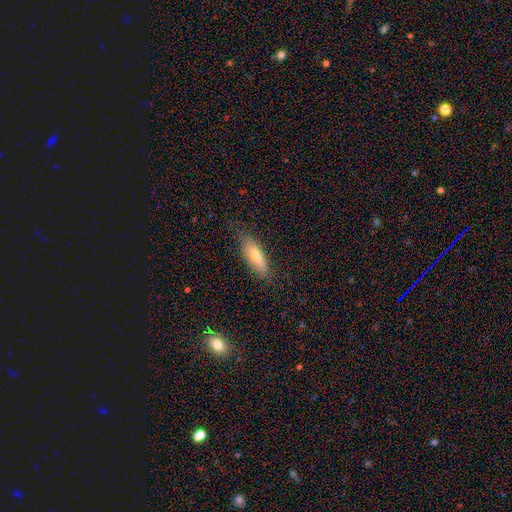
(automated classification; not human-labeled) smooth_or_featured: smooth (p=0.63) [alt: featured or disk p=0.30]
how_rounded: in between (p=0.50) [alt: cigar-shaped p=0.48]
merging: none (p=0.78) [alt: minor disturbance p=0.17]